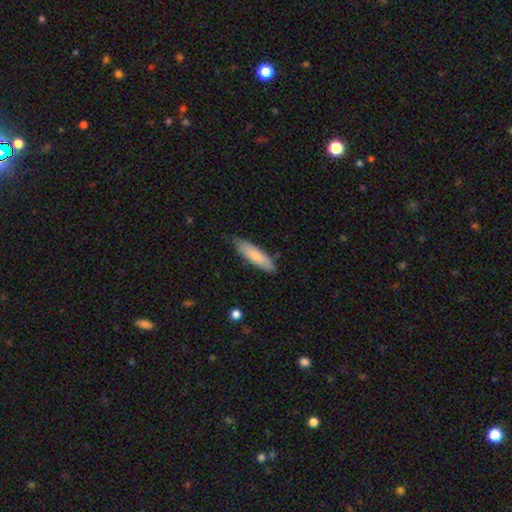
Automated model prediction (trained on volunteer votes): smooth-or-featured: smooth: 79% | featured or disk: 15% | star or artifact: 5%
  how-rounded: cigar-shaped: 63% | in between: 36% | round: 1%
  merging: none: 79% | minor disturbance: 17% | major disturbance: 3% | merger: 2%